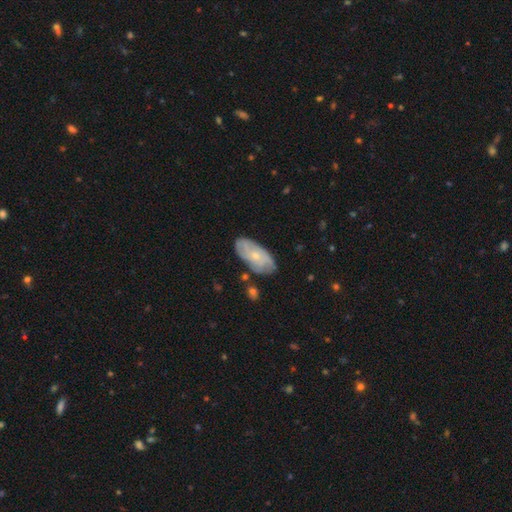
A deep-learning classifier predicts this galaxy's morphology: Smooth or featured? featured or disk (56%)
Edge-on disk? no (92%)
Bar? no (81%)
Spiral arms? yes (75%)
Bulge size? small (65%)
Merging? none (75%)